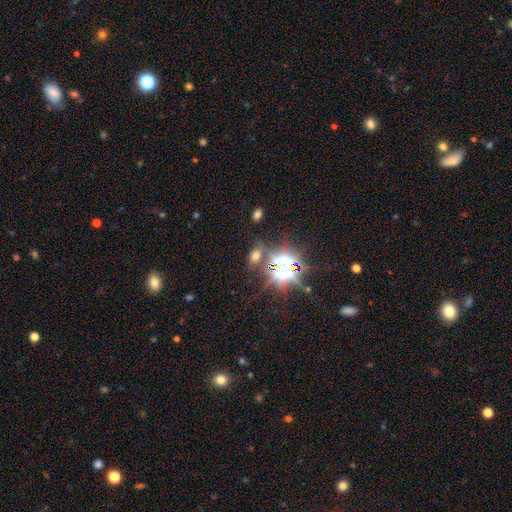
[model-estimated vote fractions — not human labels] Smooth or featured? star or artifact (47%)